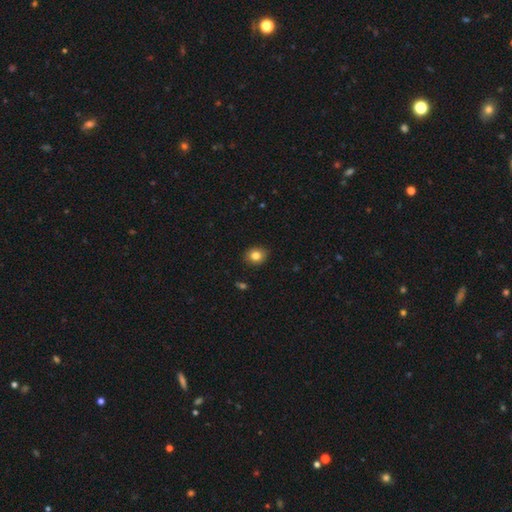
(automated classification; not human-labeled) Overall: smooth (82%). How rounded: round (65%; in between 34%). Merging: none (89%).